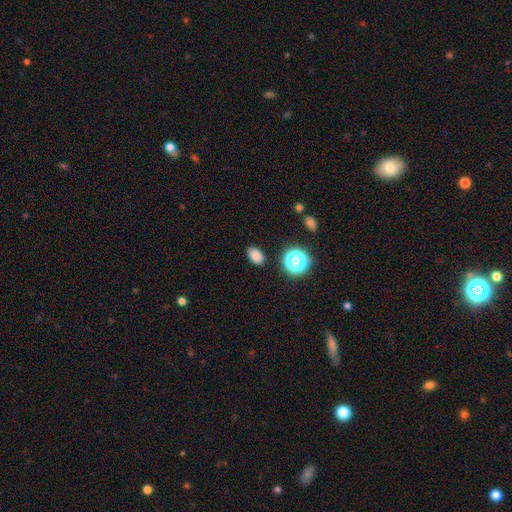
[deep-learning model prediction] Morphology: type=smooth (81%); roundness=in between (81%); merging=none (85%).